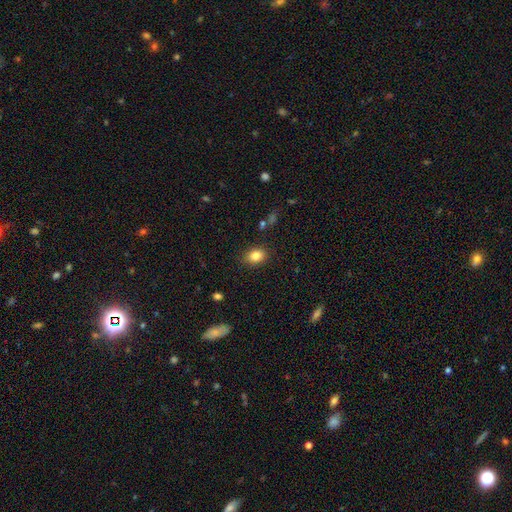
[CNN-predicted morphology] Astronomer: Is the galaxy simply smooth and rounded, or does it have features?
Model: smooth — 84%.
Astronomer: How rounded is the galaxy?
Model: in between — 68%.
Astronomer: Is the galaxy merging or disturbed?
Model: none — 86%.